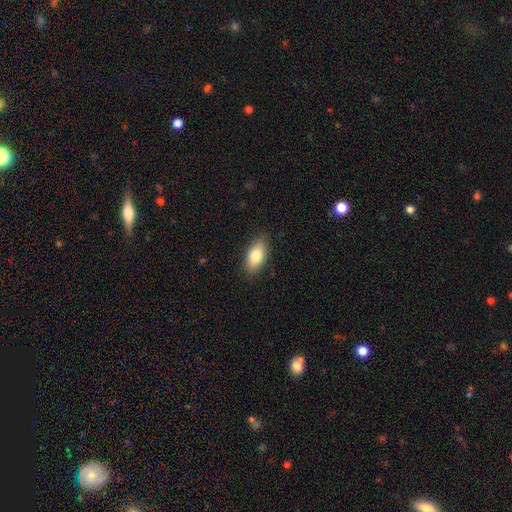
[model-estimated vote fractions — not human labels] This is likely a smooth galaxy (79%). How rounded: clearly in between (88%). Merging: clearly none (85%).